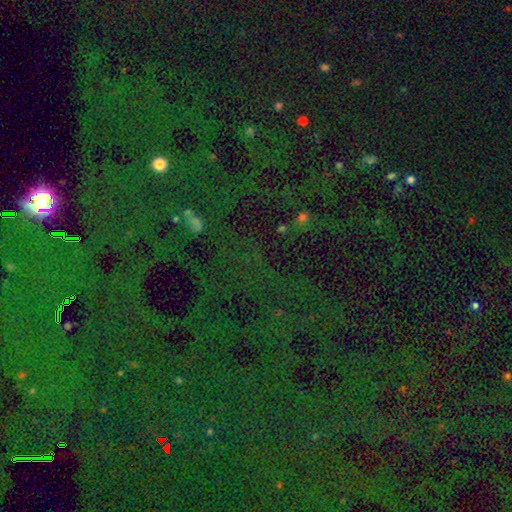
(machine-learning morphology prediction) smooth-or-featured: star or artifact: 82% | smooth: 11% | featured or disk: 7%